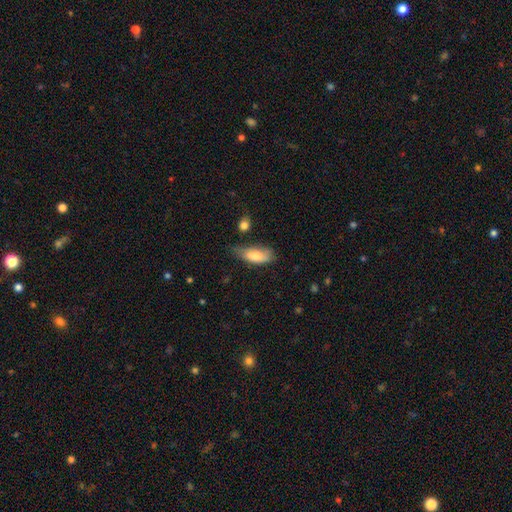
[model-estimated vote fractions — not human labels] Smooth or featured: smooth — 78% (featured or disk — 15%)
How rounded: in between — 81% (cigar-shaped — 17%)
Merging: none — 44% (minor disturbance — 38%)